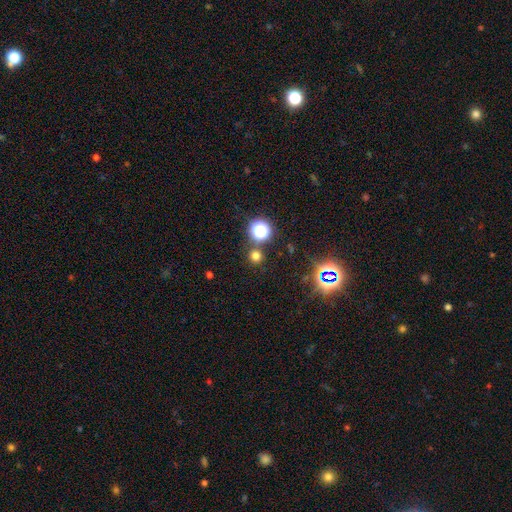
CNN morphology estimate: smooth-or-featured: smooth: 67% | star or artifact: 27% | featured or disk: 6%
  how-rounded: round: 94% | in between: 5% | cigar-shaped: 1%
  merging: none: 83% | merger: 8% | minor disturbance: 6% | major disturbance: 3%